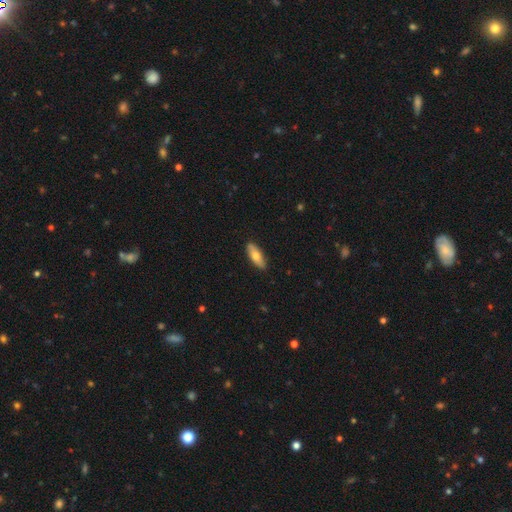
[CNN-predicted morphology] type=smooth (73%); roundness=in between (65%); merging=none (89%).